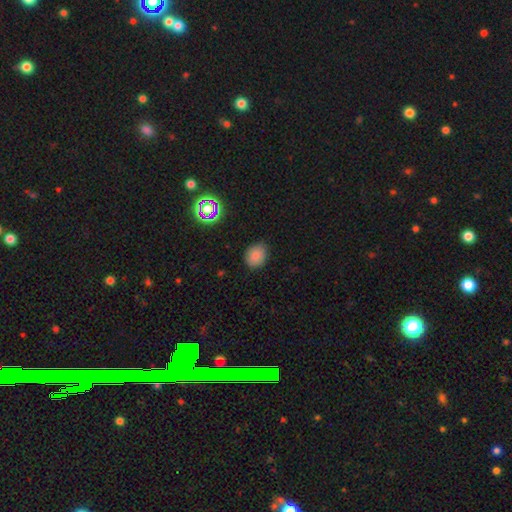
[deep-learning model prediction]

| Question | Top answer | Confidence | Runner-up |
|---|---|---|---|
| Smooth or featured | smooth | 81% | star or artifact (13%) |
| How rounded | round | 52% | in between (47%) |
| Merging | none | 80% | minor disturbance (15%) |